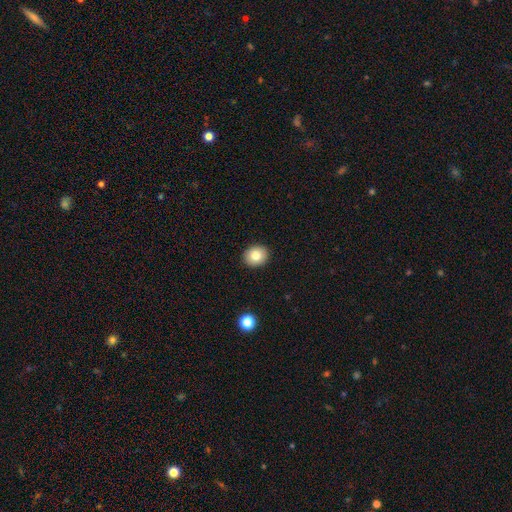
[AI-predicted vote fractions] Morphology: type=smooth (80%); roundness=round (70%); merging=none (92%).